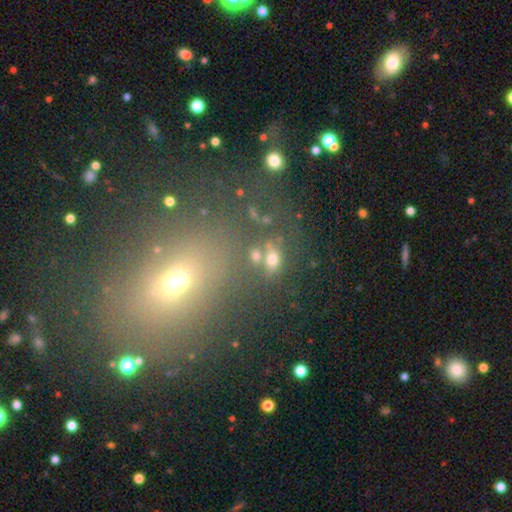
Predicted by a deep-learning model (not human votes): A smooth galaxy with no disk features (57%) that is in between round and cigar-shaped (66%).

Vote fractions:
- Smooth or featured? smooth: 57% / star or artifact: 25% / featured or disk: 18%
- How rounded? in between: 66% / round: 25% / cigar-shaped: 9%
- Merging? none: 55% / merger: 21% / minor disturbance: 14% / major disturbance: 9%